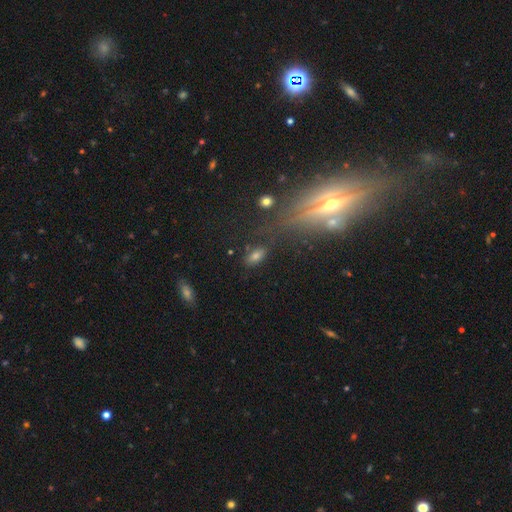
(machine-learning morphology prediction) Smooth or featured?
  - smooth: 62% *
  - featured or disk: 19%
  - star or artifact: 18%
How rounded?
  - in between: 82% *
  - round: 10%
  - cigar-shaped: 9%
Merging?
  - none: 72% *
  - minor disturbance: 15%
  - major disturbance: 7%
  - merger: 6%